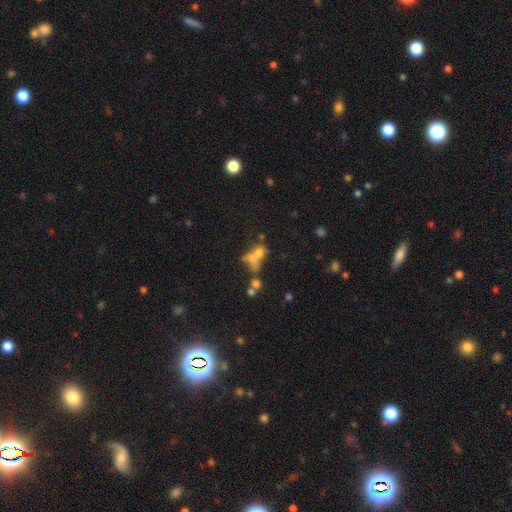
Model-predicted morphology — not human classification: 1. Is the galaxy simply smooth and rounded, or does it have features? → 54% smooth, 26% featured or disk, 19% star or artifact.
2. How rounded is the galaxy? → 53% in between, 41% round, 6% cigar-shaped.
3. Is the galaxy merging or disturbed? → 55% merger, 23% none, 13% major disturbance, 9% minor disturbance.